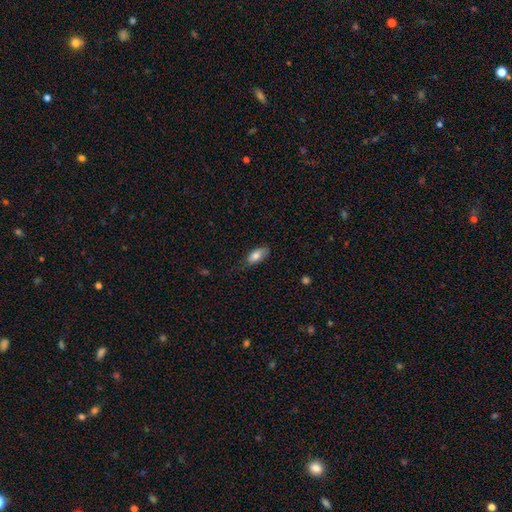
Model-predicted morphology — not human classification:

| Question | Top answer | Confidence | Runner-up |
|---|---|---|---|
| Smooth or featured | smooth | 80% | featured or disk (13%) |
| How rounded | in between | 88% | cigar-shaped (9%) |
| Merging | none | 65% | minor disturbance (27%) |